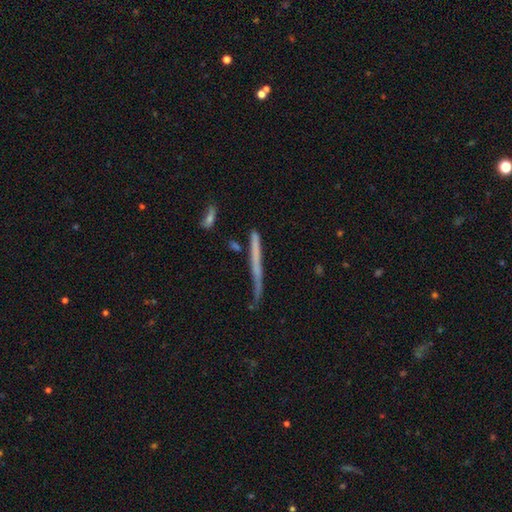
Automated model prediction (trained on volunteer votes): Morphology: type=featured or disk (46%); merging=none (65%).